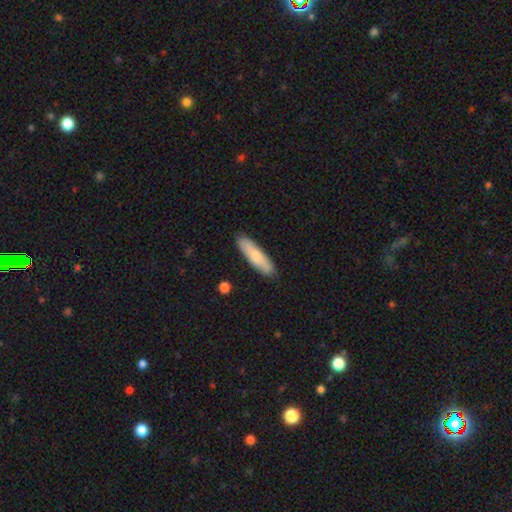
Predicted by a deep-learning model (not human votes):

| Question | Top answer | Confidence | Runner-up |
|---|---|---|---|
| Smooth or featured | smooth | 70% | featured or disk (24%) |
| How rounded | cigar-shaped | 64% | in between (34%) |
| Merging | none | 86% | minor disturbance (11%) |